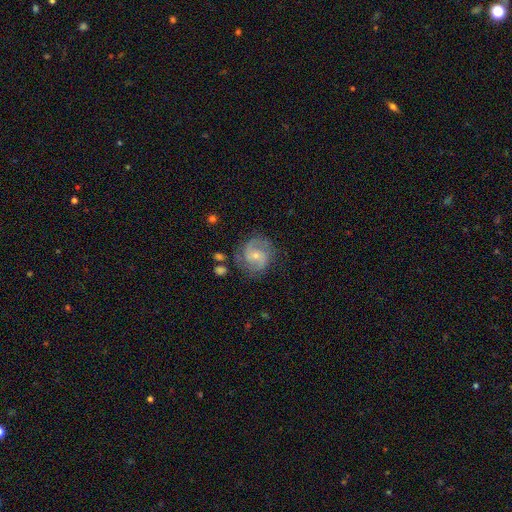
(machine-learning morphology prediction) A featured or disk galaxy (71%) with no bar (52%), 2 (75%) medium (49%) spiral arms (91%) and a small central bulge (64%). Merging: none (70%).